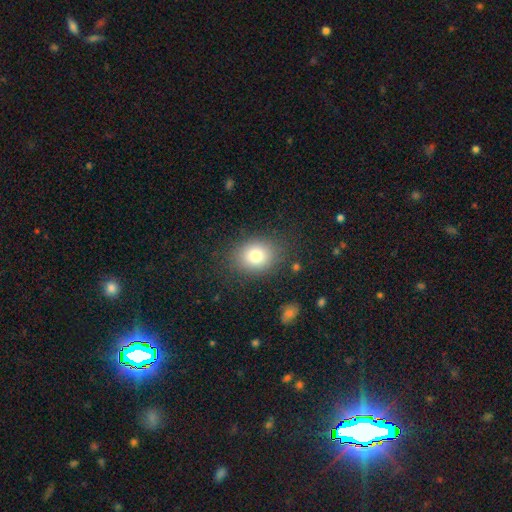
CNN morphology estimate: The model was most divided on "how rounded": round: 55%, in between: 44%, cigar-shaped: 1%. More confident: merging — none (83%); smooth or featured — smooth (79%).